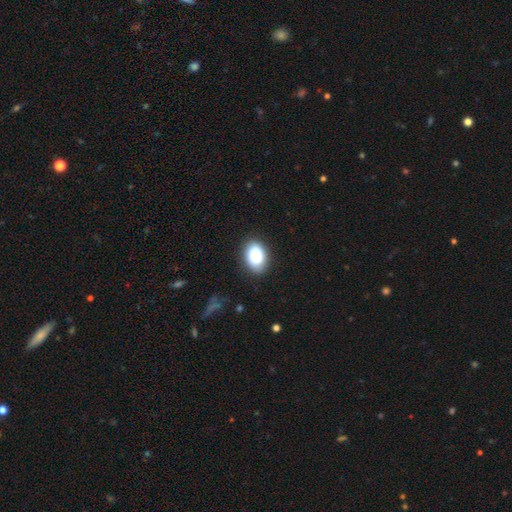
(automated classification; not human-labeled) smooth-or-featured: smooth: 85% | star or artifact: 7% | featured or disk: 7%
  how-rounded: in between: 84% | round: 15% | cigar-shaped: 1%
  merging: none: 86% | minor disturbance: 10% | major disturbance: 3% | merger: 1%